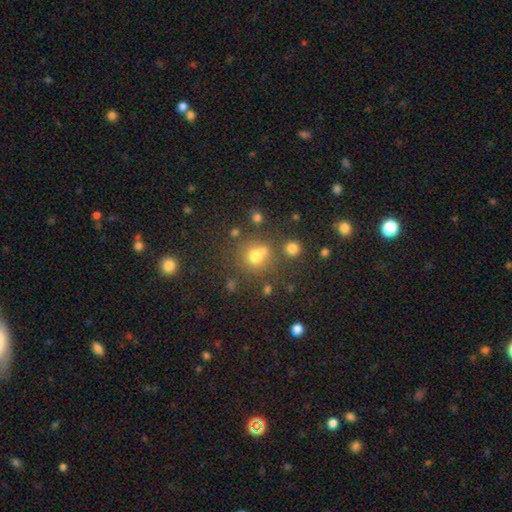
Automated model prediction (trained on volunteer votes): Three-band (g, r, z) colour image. It shows a smooth galaxy with no disk features (68%) that is round (87%). Merging: none (60%).